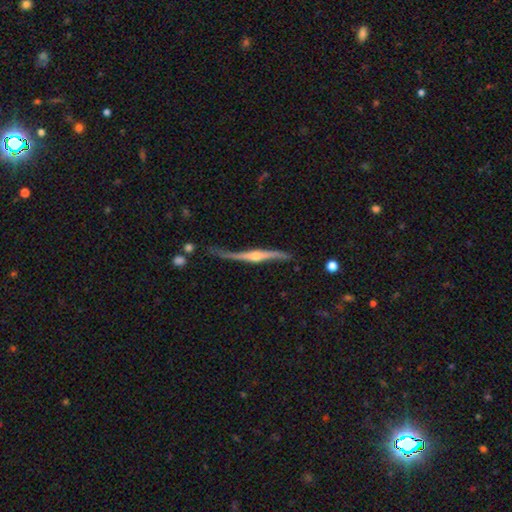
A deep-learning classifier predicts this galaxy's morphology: Smooth or featured? featured or disk (85%)
Edge-on disk? yes (84%)
Edge-on bulge? rounded (91%)
Merging? none (53%)